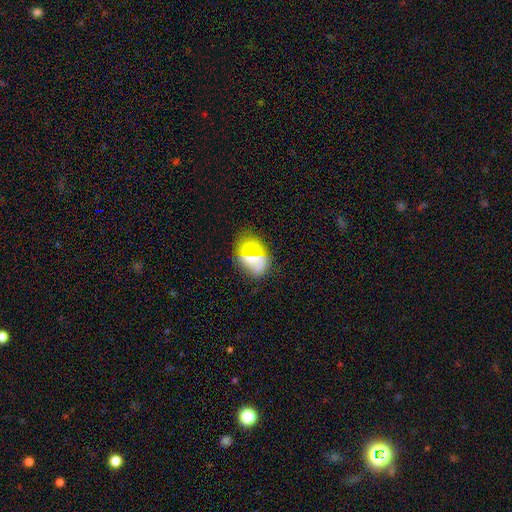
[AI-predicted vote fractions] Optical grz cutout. It shows a smooth galaxy with no disk features (62%) that is in between round and cigar-shaped (70%). Merging: none (74%).